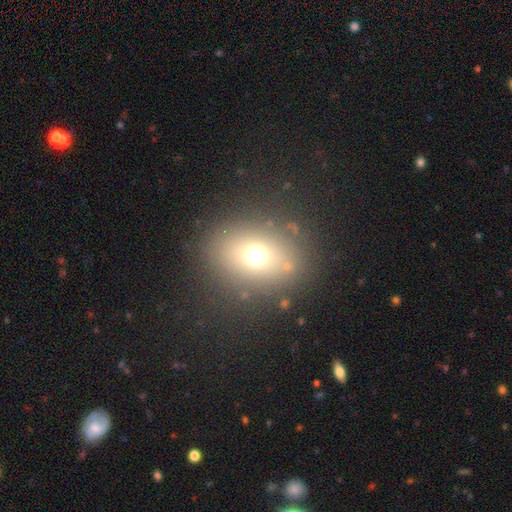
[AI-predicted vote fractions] Q: Smooth or featured?
A: smooth (67%); runner-up: star or artifact (20%)
Q: How rounded?
A: round (55%); runner-up: in between (44%)
Q: Merging?
A: none (82%); runner-up: minor disturbance (9%)